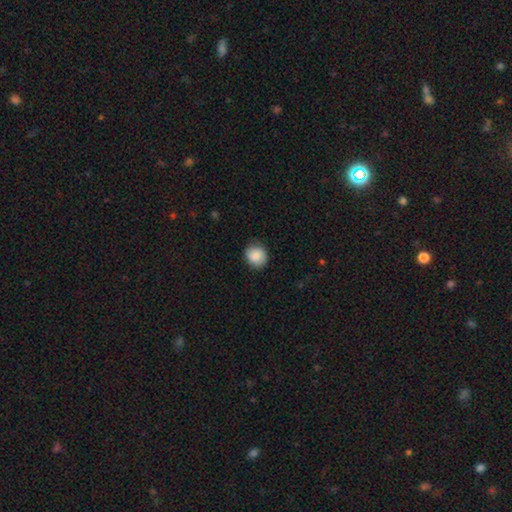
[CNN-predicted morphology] Overall: smooth (86%). How rounded: round (79%). Merging: none (84%).